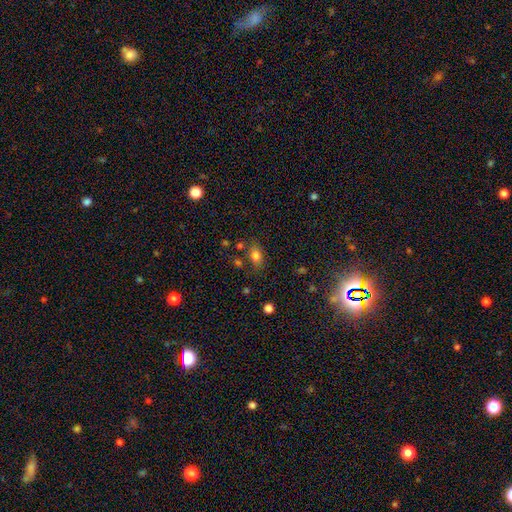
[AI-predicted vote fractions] This appears to be a smooth galaxy with no disk features (79%) that is in between round and cigar-shaped (77%). Merging: none (70%).